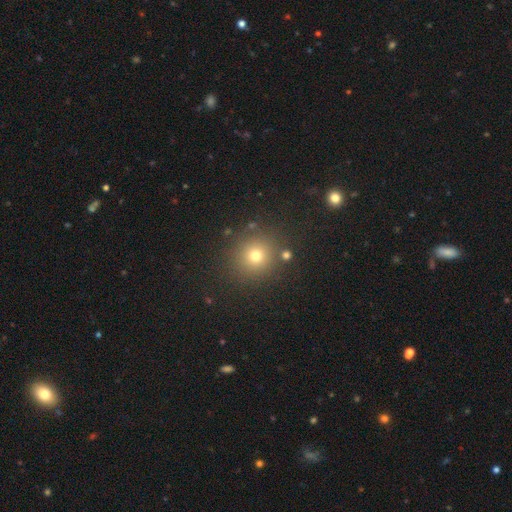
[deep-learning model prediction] A smooth galaxy with no disk features (72%) that is round (92%).

Vote fractions:
- Smooth or featured? smooth: 72% / star or artifact: 20% / featured or disk: 8%
- How rounded? round: 92% / in between: 7% / cigar-shaped: 1%
- Merging? none: 86% / minor disturbance: 7% / merger: 4% / major disturbance: 3%